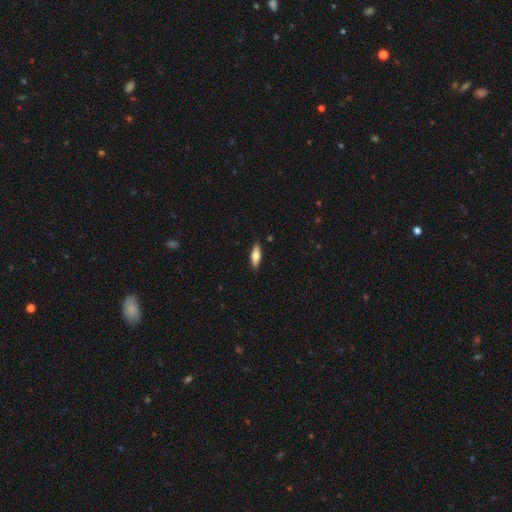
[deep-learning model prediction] This is likely a smooth galaxy (64%). How rounded: possibly in between (53%). Merging: clearly none (88%).